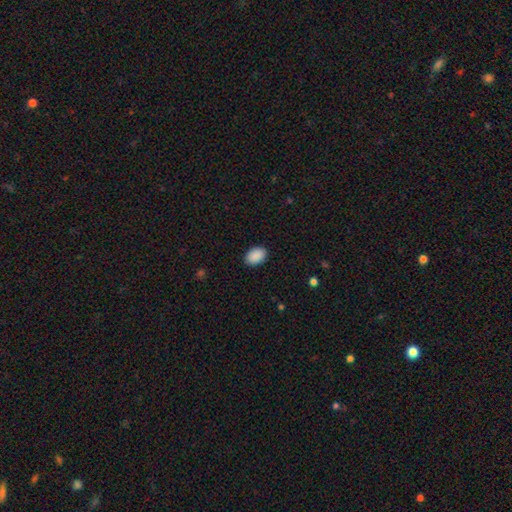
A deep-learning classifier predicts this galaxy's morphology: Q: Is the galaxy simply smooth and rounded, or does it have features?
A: smooth — 91%.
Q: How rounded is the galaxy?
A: in between — 85%.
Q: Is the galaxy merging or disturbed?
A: none — 90%.